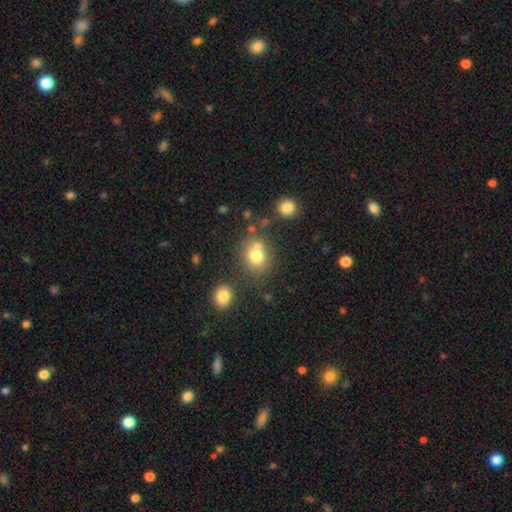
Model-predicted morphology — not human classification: Overall: smooth (75%). How rounded: round (67%; in between 32%). Merging: none (57%; merger 25%).